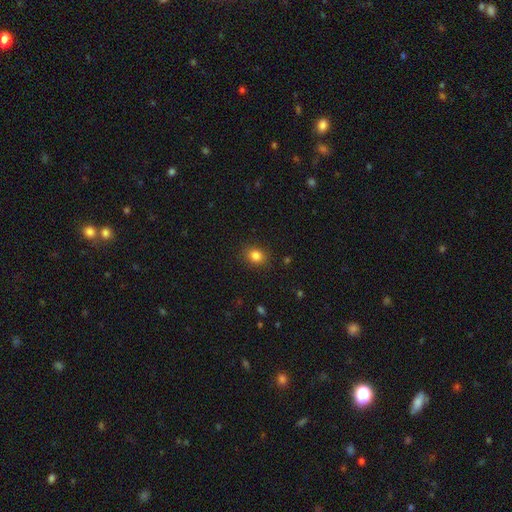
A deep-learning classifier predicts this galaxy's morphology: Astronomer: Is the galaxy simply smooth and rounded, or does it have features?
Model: smooth — 84%.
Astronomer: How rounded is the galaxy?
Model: round — 61% (runner-up: in between, 38%).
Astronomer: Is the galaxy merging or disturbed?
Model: none — 87%.